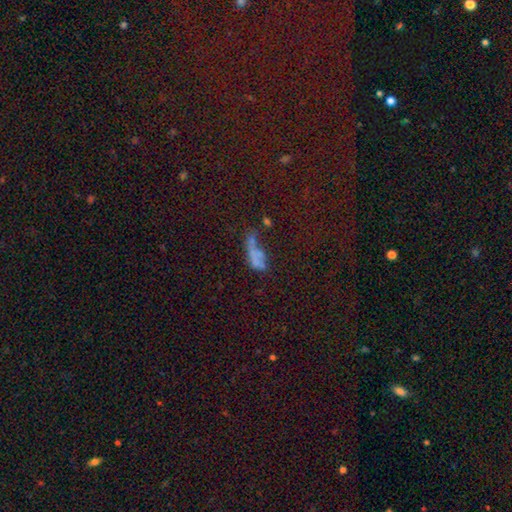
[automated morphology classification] Smooth or featured?
  - smooth: 46% *
  - star or artifact: 33%
  - featured or disk: 22%
Merging?
  - major disturbance: 30% *
  - none: 29%
  - merger: 23%
  - minor disturbance: 18%